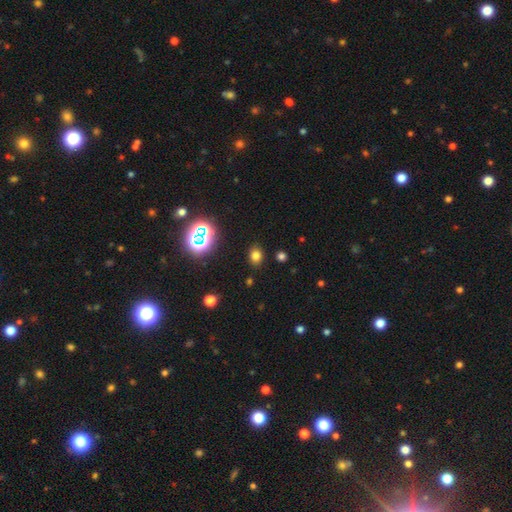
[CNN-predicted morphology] Smooth or featured? smooth (72%)
How rounded? round (52%)
Merging? none (87%)